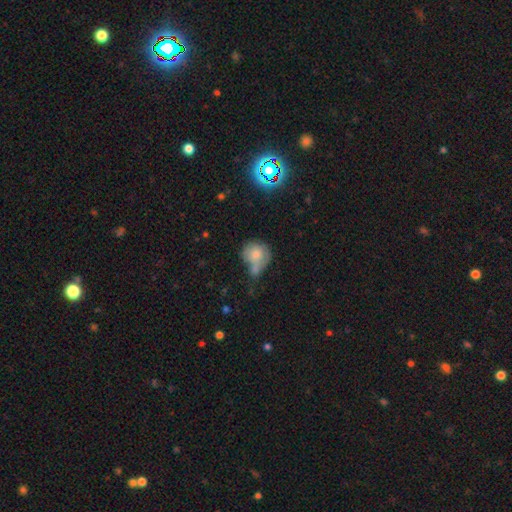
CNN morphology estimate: Overall: smooth (73%). How rounded: round (80%). Merging: merger (43%; none 33%).